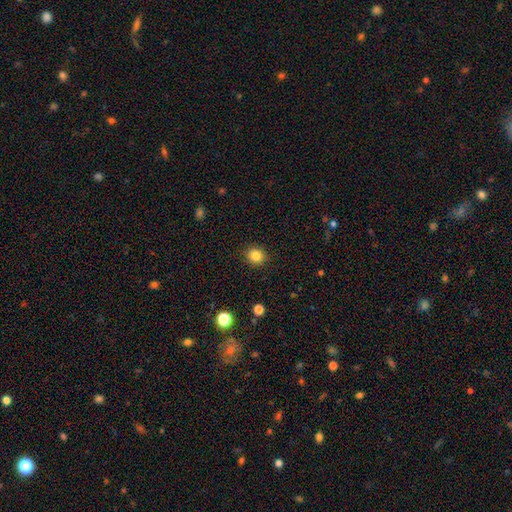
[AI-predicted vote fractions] A smooth galaxy with no disk features (83%) that is round (88%).

Vote fractions:
- Smooth or featured? smooth: 83% / star or artifact: 12% / featured or disk: 5%
- How rounded? round: 88% / in between: 11% / cigar-shaped: 1%
- Merging? none: 91% / minor disturbance: 6% / major disturbance: 2% / merger: 1%